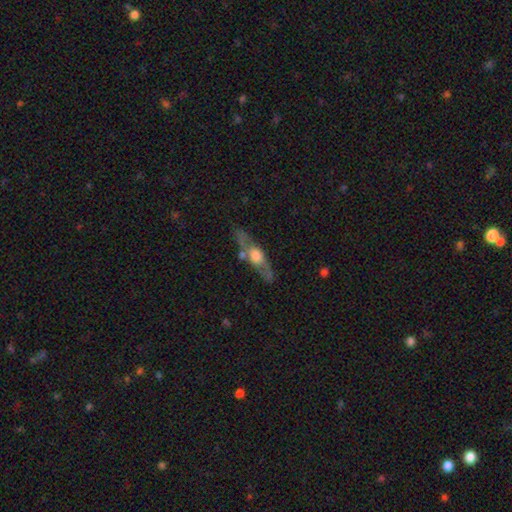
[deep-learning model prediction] The model was most divided on "smooth or featured": featured or disk: 59%, smooth: 35%, star or artifact: 7%. More confident: edge-on disk — yes (76%); merging — none (66%).